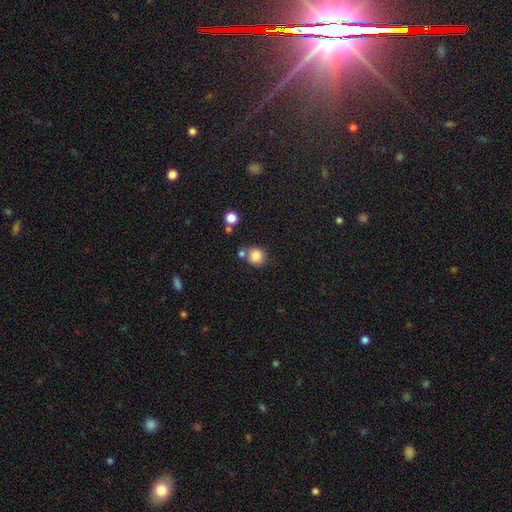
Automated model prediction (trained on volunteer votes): Smooth or featured: smooth — 84% (star or artifact — 11%)
How rounded: round — 88% (in between — 11%)
Merging: none — 68% (merger — 17%)